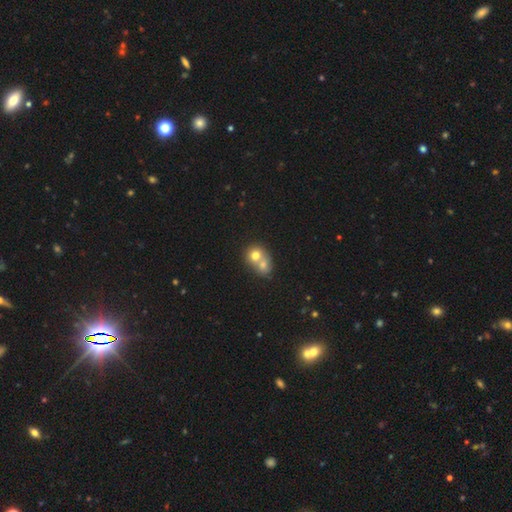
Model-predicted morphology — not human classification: The model was most divided on "how rounded": round: 70%, in between: 29%, cigar-shaped: 1%. More confident: merging — merger (72%); smooth or featured — smooth (71%).